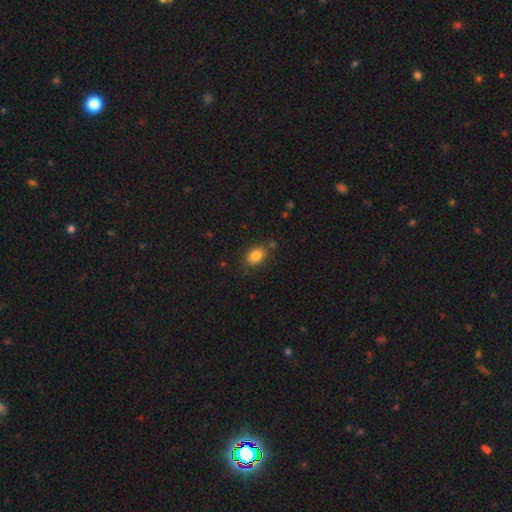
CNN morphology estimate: This is clearly a smooth galaxy (84%). How rounded: likely in between (80%). Merging: likely none (78%).